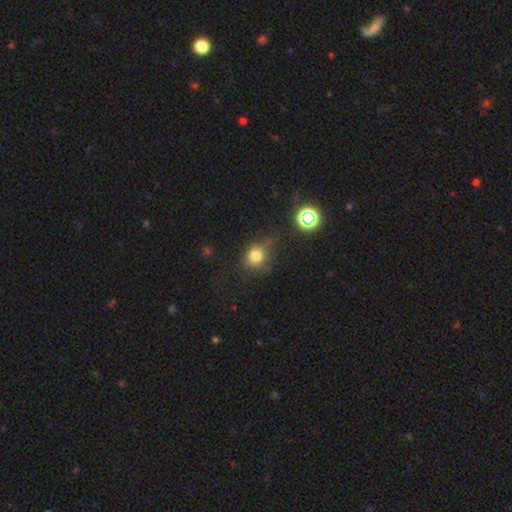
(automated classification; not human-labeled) smooth_or_featured: smooth (p=0.75) [alt: star or artifact p=0.17]
how_rounded: round (p=0.76) [alt: in between p=0.22]
merging: none (p=0.63) [alt: minor disturbance p=0.22]